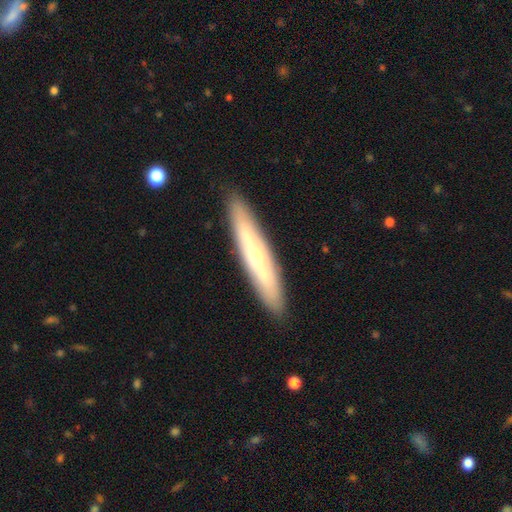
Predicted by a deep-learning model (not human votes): This appears to be a featured or disk galaxy (50%) viewed edge-on (74%). Merging: none (89%).